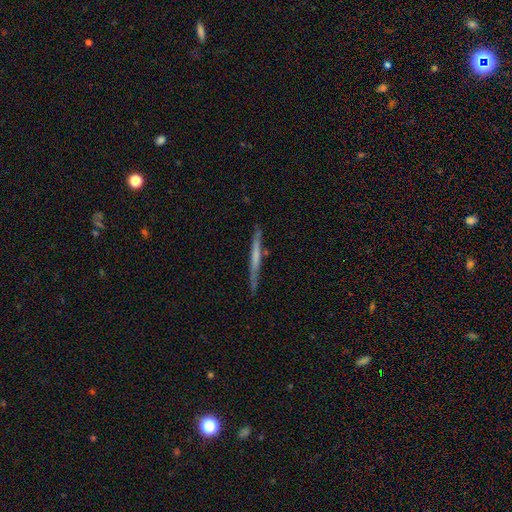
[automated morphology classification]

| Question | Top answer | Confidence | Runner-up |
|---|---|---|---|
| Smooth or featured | featured or disk | 50% | smooth (44%) |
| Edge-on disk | yes | 96% | no (4%) |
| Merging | none | 85% | minor disturbance (11%) |